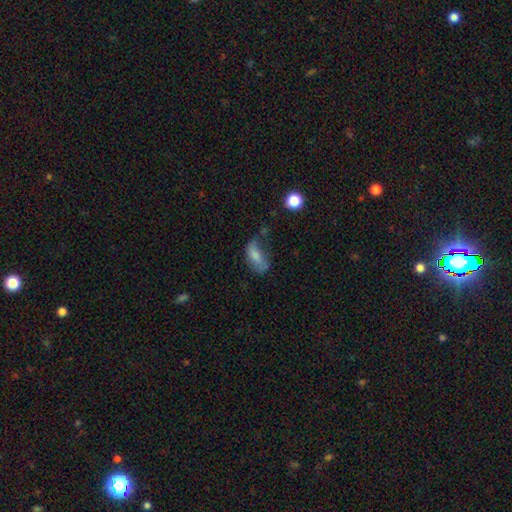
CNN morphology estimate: This is likely a smooth galaxy (64%). How rounded: clearly in between (86%). Merging: marginally none (37%).